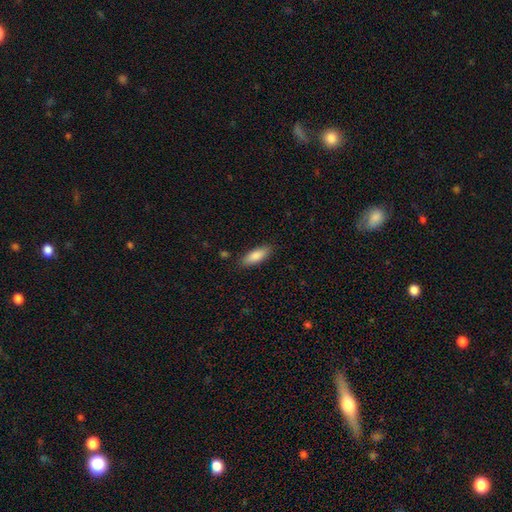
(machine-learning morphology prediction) type=smooth (84%); roundness=in between (67%); merging=none (85%).